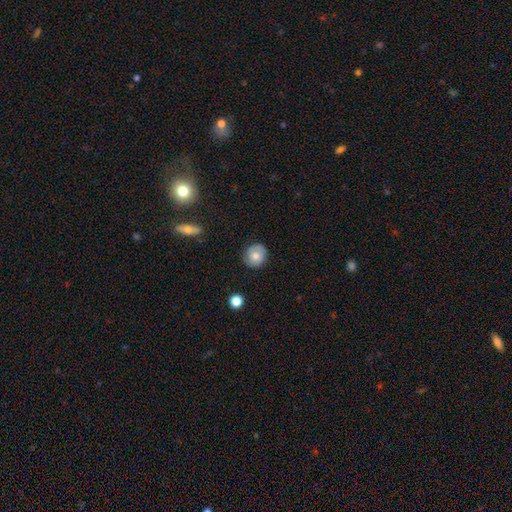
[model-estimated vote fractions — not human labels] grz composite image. It shows a smooth galaxy with no disk features (72%) that is round (85%). Merging: none (83%).